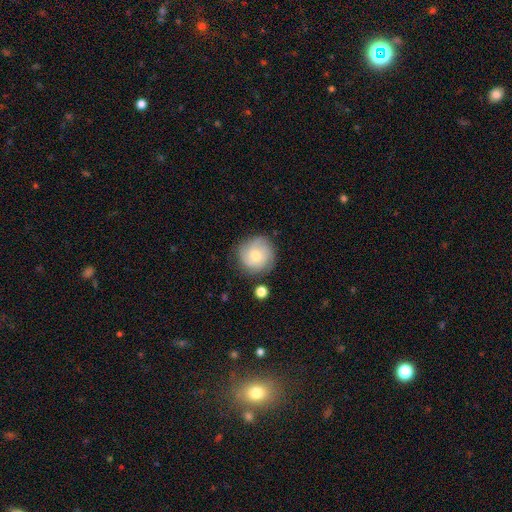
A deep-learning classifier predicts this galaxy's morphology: This appears to be a smooth galaxy with no disk features (53%) that is round (93%). Merging: none (77%).